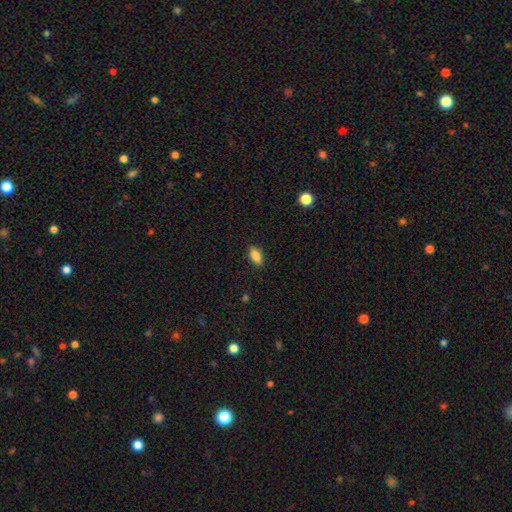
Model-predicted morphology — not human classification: This is clearly a smooth galaxy (86%). How rounded: clearly in between (86%). Merging: clearly none (88%).